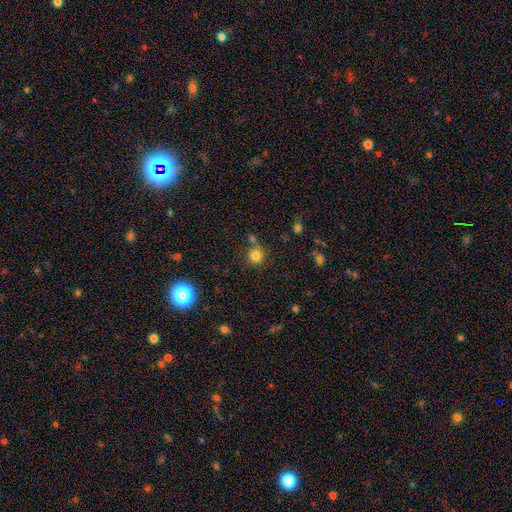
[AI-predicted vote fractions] Smooth or featured? smooth (80%)
How rounded? round (92%)
Merging? none (72%)